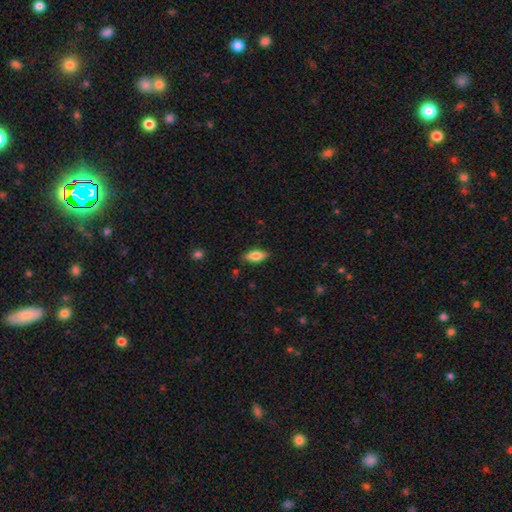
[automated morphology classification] Q: Smooth or featured?
A: smooth (72%); runner-up: featured or disk (21%)
Q: How rounded?
A: in between (78%); runner-up: cigar-shaped (19%)
Q: Merging?
A: none (85%); runner-up: minor disturbance (11%)